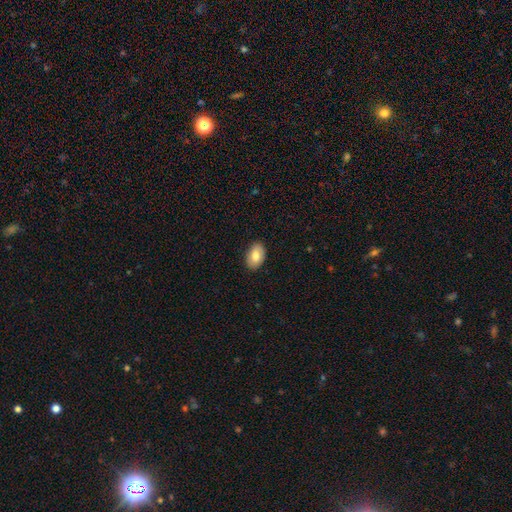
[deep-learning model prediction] The model was most divided on "smooth or featured": smooth: 81%, featured or disk: 13%, star or artifact: 6%. More confident: how rounded — in between (90%); merging — none (88%).